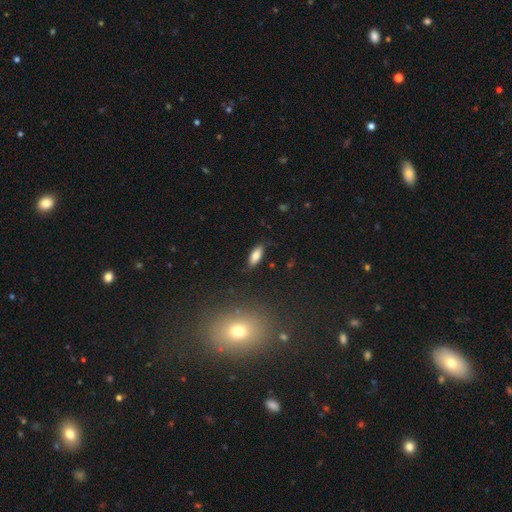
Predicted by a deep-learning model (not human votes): The model was most divided on "how rounded": in between: 73%, cigar-shaped: 25%, round: 2%. More confident: merging — none (85%); smooth or featured — smooth (78%).